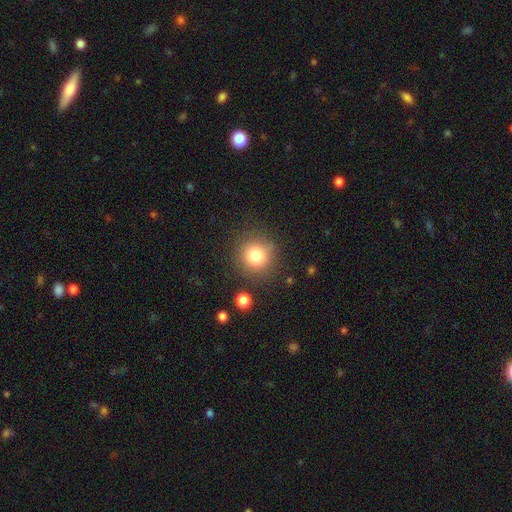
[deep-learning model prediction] Smooth or featured? smooth (81%)
How rounded? round (91%)
Merging? none (83%)